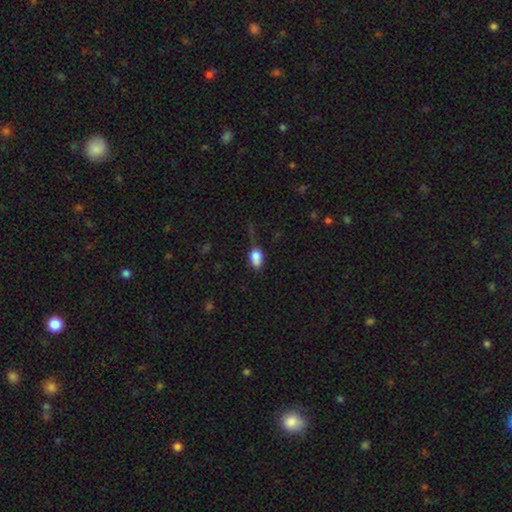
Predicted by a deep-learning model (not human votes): This is likely a smooth galaxy (78%). How rounded: clearly in between (82%). Merging: marginally minor disturbance (33%).